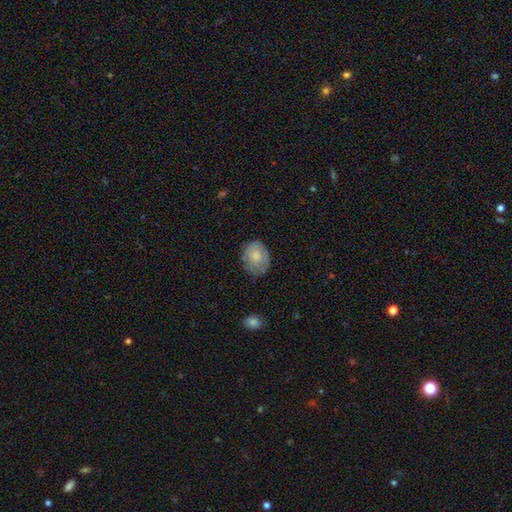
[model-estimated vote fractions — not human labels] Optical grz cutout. It shows a smooth galaxy with no disk features (71%) that is in between round and cigar-shaped (54%). Merging: none (70%).